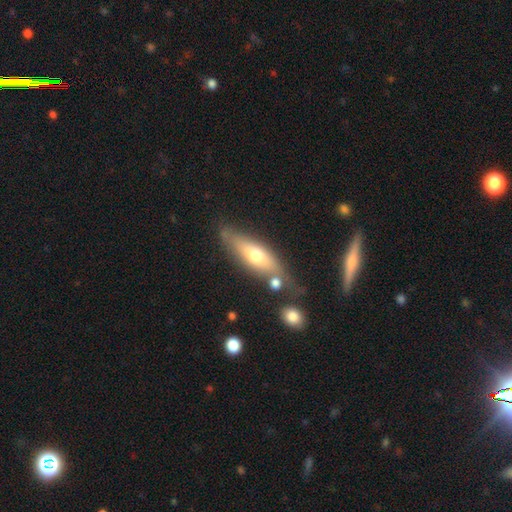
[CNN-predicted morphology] smooth-or-featured: smooth: 54% | featured or disk: 39% | star or artifact: 7%
  how-rounded: cigar-shaped: 51% | in between: 47% | round: 3%
  merging: none: 64% | minor disturbance: 18% | merger: 12% | major disturbance: 6%